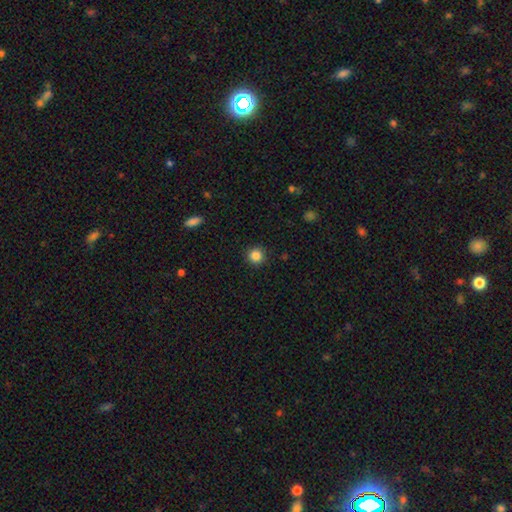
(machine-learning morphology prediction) Overall: smooth (85%). How rounded: round (94%). Merging: none (92%).